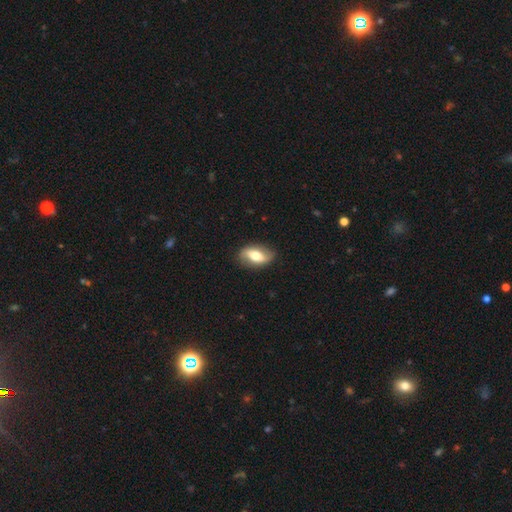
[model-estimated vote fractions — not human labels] Smooth or featured? featured or disk (48%)
Merging? none (83%)